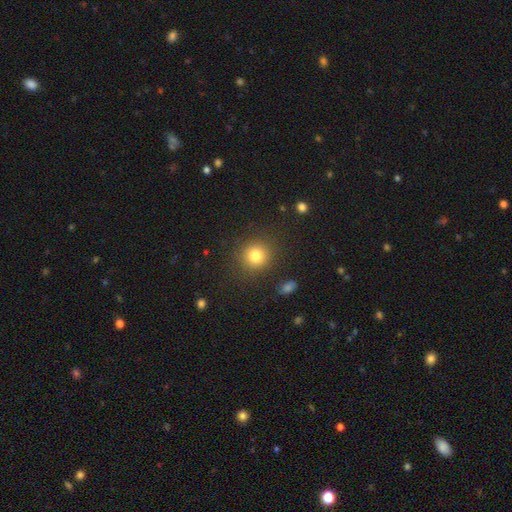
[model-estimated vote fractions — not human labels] smooth_or_featured: smooth (p=0.80) [alt: star or artifact p=0.12]
how_rounded: round (p=0.90) [alt: in between p=0.09]
merging: none (p=0.88) [alt: minor disturbance p=0.08]